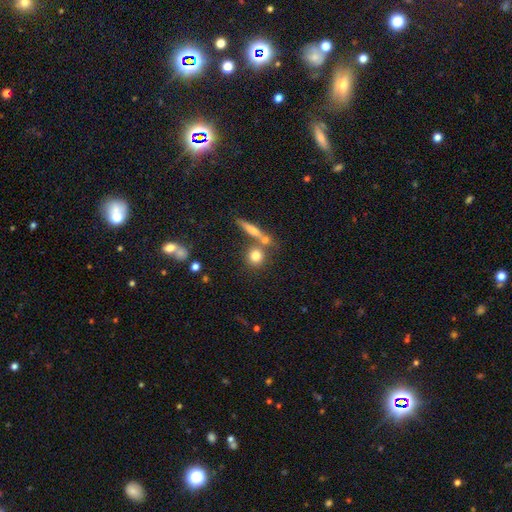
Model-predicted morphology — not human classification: type=smooth (76%); roundness=round (82%); merging=none (62%).